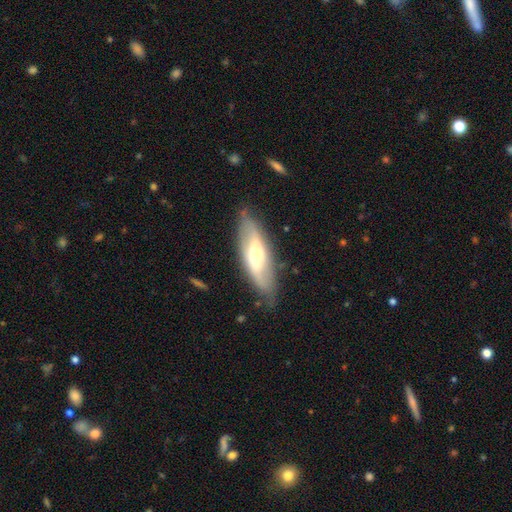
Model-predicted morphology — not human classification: Q: Smooth or featured?
A: featured or disk (61%); runner-up: smooth (33%)
Q: Edge-on disk?
A: no (69%); runner-up: yes (31%)
Q: Merging?
A: none (75%); runner-up: minor disturbance (18%)